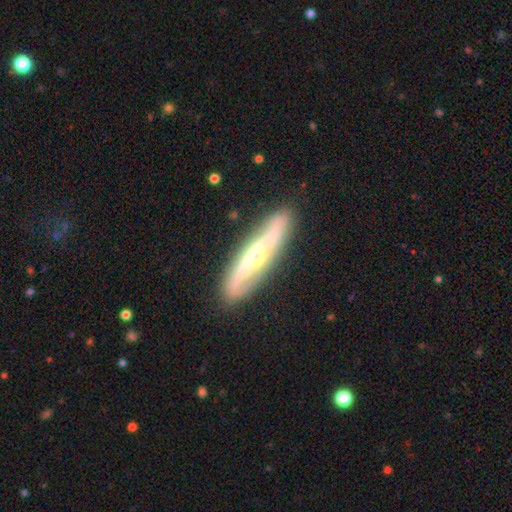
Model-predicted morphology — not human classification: smooth_or_featured: featured or disk (p=0.73) [alt: smooth p=0.22]
disk_edge_on: yes (p=0.54) [alt: no p=0.46]
merging: none (p=0.85) [alt: minor disturbance p=0.10]